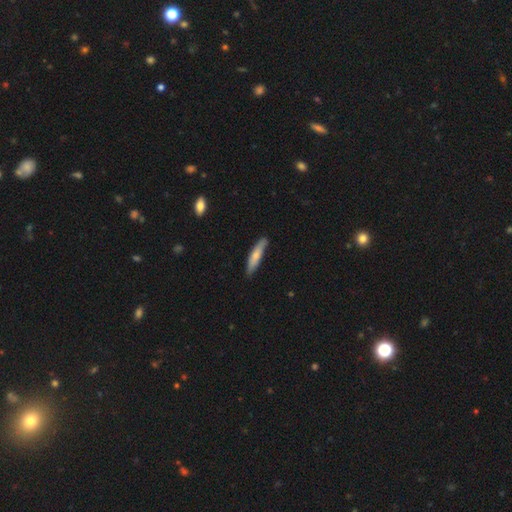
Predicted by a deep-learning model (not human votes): Smooth or featured? Predicted: smooth (p=0.68). How rounded? Predicted: cigar-shaped (p=0.83). Merging? Predicted: none (p=0.80).